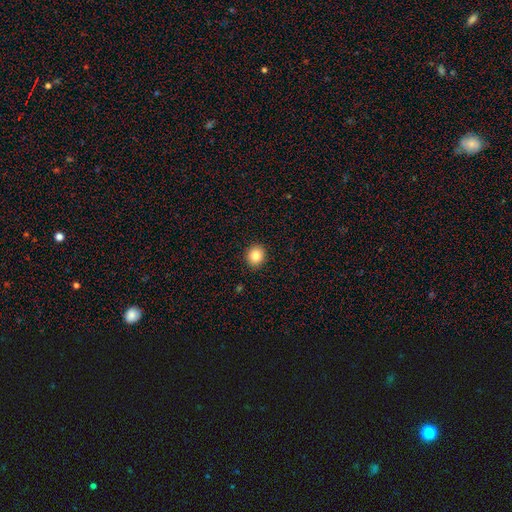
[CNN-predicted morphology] Smooth or featured: smooth — 84% (star or artifact — 10%)
How rounded: round — 77% (in between — 22%)
Merging: none — 91% (minor disturbance — 6%)